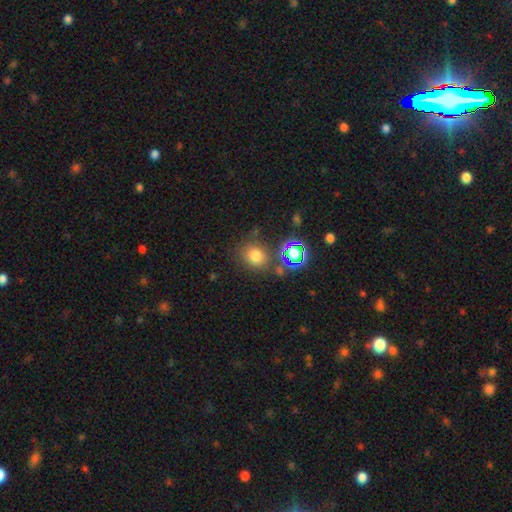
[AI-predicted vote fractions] A smooth galaxy with no disk features (72%) that is round (74%). Merging: none (75%).